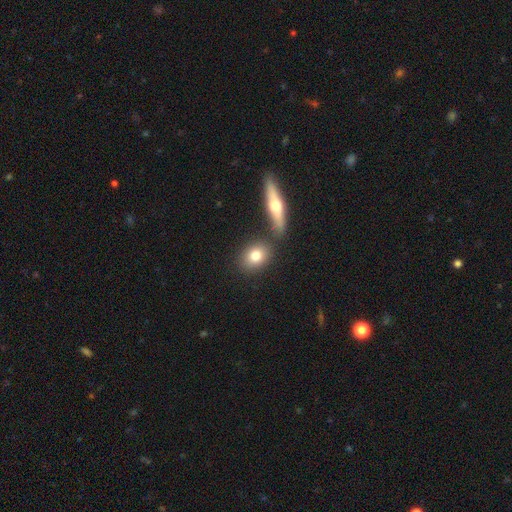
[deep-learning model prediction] A smooth galaxy with no disk features (78%) that is in between round and cigar-shaped (54%).

Vote fractions:
- Smooth or featured? smooth: 78% / featured or disk: 14% / star or artifact: 8%
- How rounded? in between: 54% / round: 42% / cigar-shaped: 4%
- Merging? none: 73% / merger: 14% / minor disturbance: 10% / major disturbance: 3%